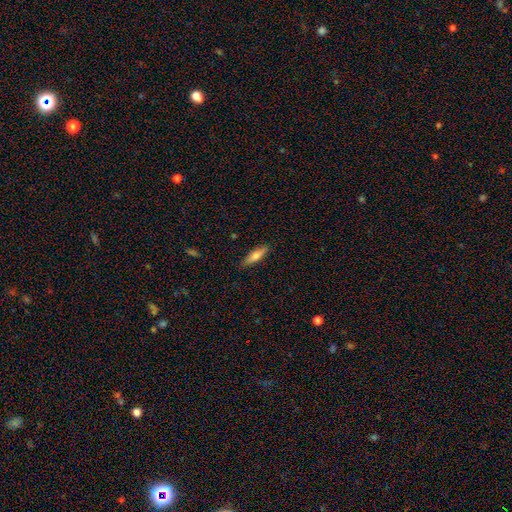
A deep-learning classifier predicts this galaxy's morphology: smooth_or_featured: smooth (p=0.72) [alt: featured or disk p=0.22]
how_rounded: cigar-shaped (p=0.62) [alt: in between p=0.36]
merging: none (p=0.87) [alt: minor disturbance p=0.10]